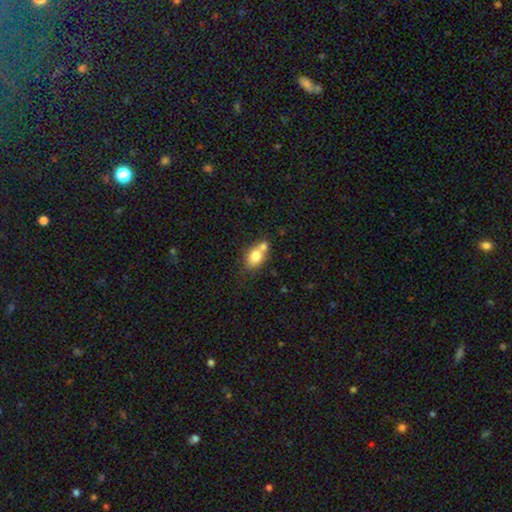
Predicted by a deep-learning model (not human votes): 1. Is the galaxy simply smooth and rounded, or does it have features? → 75% smooth, 16% featured or disk, 9% star or artifact.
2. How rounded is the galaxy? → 63% in between, 35% round, 2% cigar-shaped.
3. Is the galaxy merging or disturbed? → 48% merger, 36% none, 12% minor disturbance, 4% major disturbance.